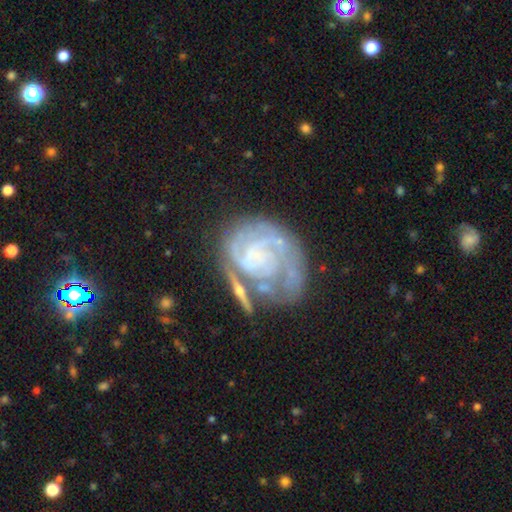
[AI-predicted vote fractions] featured or disk 82%, smooth 11%, star or artifact 7%. Down the decision tree: edge-on disk — no (98%); bar — no (71%); spiral arms — yes (89%); spiral arm count — can't tell (29%, tied with 2); spiral winding — tight (66%); bulge size — none (55%); merging — none (49%).